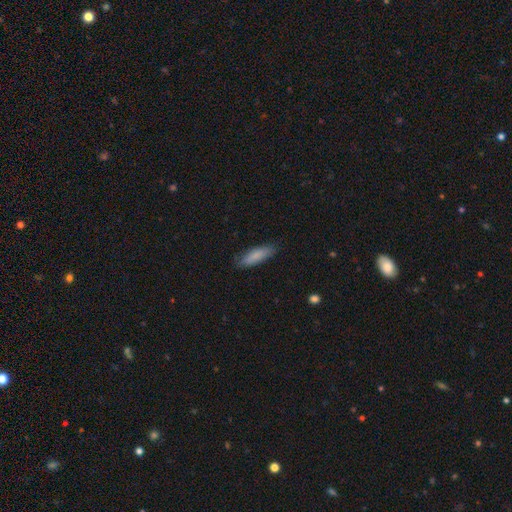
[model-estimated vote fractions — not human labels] The model was most divided on "how rounded": cigar-shaped: 55%, in between: 44%, round: 2%. More confident: smooth or featured — smooth (83%); merging — none (83%).